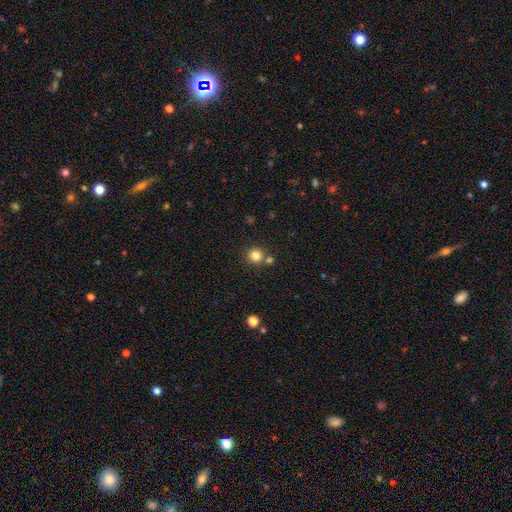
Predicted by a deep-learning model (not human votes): Smooth or featured? Predicted: smooth (p=0.82). How rounded? Predicted: round (p=0.93). Merging? Predicted: none (p=0.76).